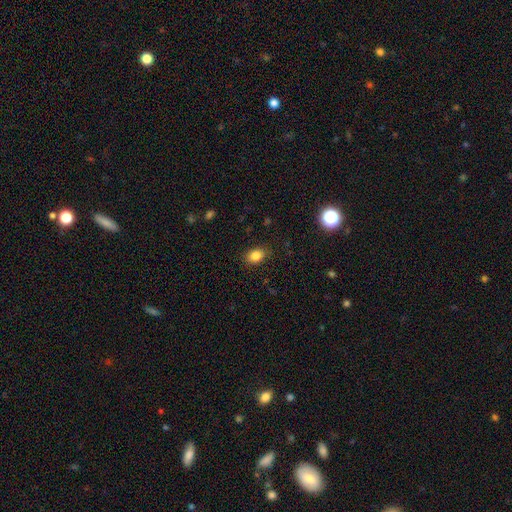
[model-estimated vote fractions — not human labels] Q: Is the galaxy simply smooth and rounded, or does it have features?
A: smooth — 85%.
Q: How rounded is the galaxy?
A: in between — 70%.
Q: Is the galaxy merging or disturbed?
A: none — 85%.